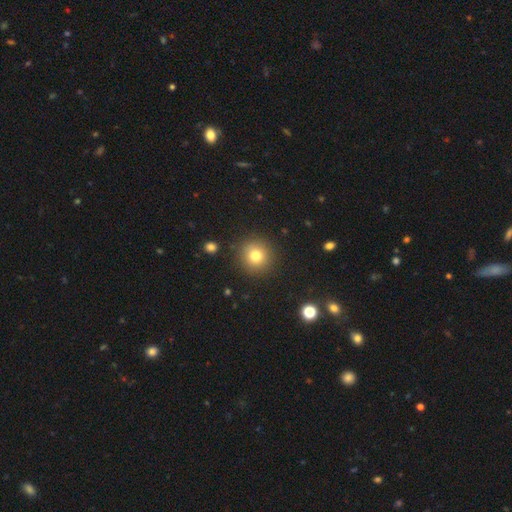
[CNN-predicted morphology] This is likely a smooth galaxy (78%). How rounded: clearly round (94%). Merging: clearly none (90%).